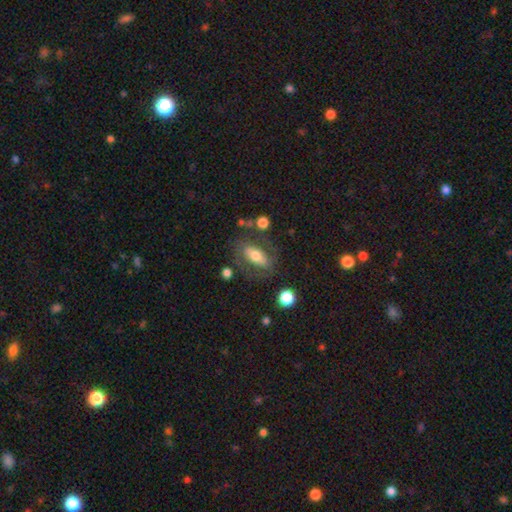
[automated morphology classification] smooth-or-featured: smooth: 51% | featured or disk: 41% | star or artifact: 7%
  how-rounded: in between: 81% | cigar-shaped: 12% | round: 8%
  merging: none: 64% | minor disturbance: 18% | major disturbance: 14% | merger: 5%